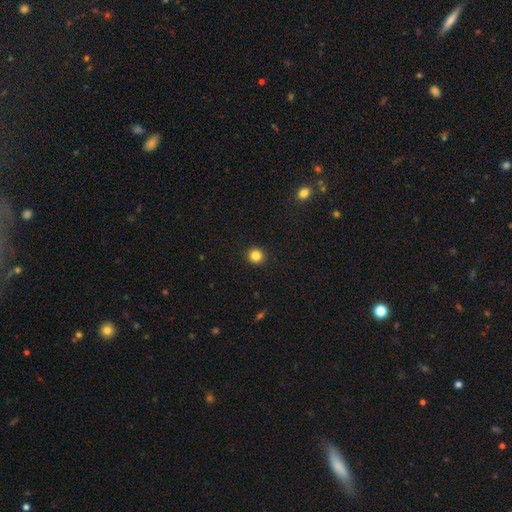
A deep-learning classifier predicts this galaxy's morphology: A smooth galaxy with no disk features (84%) that is round (95%).

Vote fractions:
- Smooth or featured? smooth: 84% / star or artifact: 12% / featured or disk: 4%
- How rounded? round: 95% / in between: 4% / cigar-shaped: 1%
- Merging? none: 93% / minor disturbance: 4% / major disturbance: 2% / merger: 1%